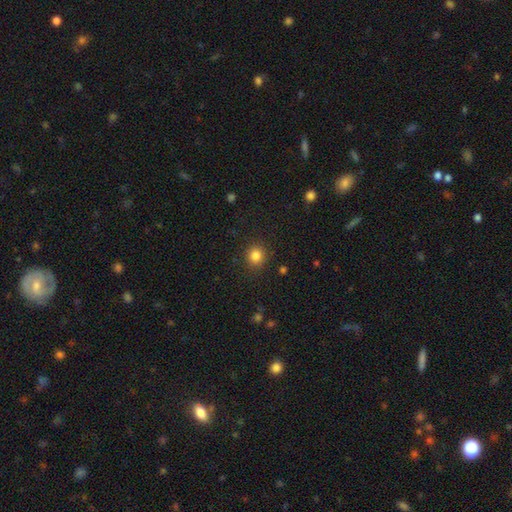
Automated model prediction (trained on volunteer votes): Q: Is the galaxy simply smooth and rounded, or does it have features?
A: smooth — 84%.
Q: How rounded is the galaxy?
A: round — 88%.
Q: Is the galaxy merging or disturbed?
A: none — 89%.